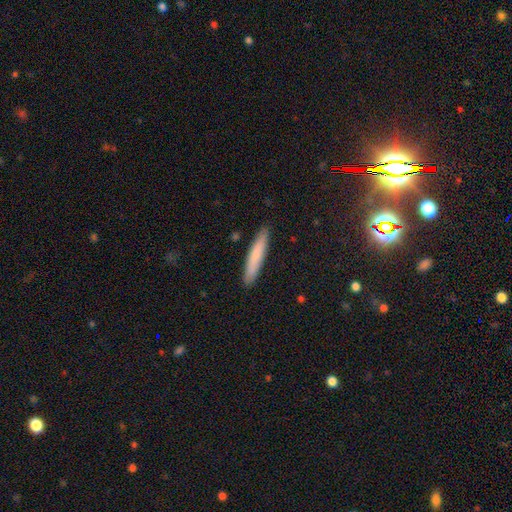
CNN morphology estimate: This appears to be a smooth galaxy with no disk features (75%) that is cigar-shaped (92%). Merging: none (90%).